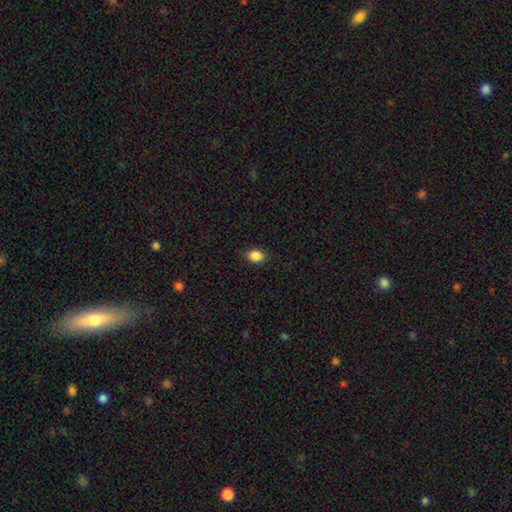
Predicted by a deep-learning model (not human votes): Q: Smooth or featured?
A: smooth (88%); runner-up: star or artifact (9%)
Q: How rounded?
A: in between (70%); runner-up: round (29%)
Q: Merging?
A: none (88%); runner-up: minor disturbance (9%)